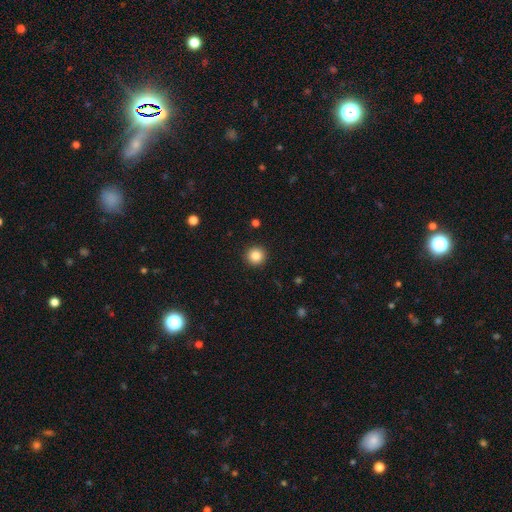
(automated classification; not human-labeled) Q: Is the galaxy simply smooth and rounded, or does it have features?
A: smooth — 85%.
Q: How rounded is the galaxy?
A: round — 95%.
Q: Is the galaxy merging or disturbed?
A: none — 93%.